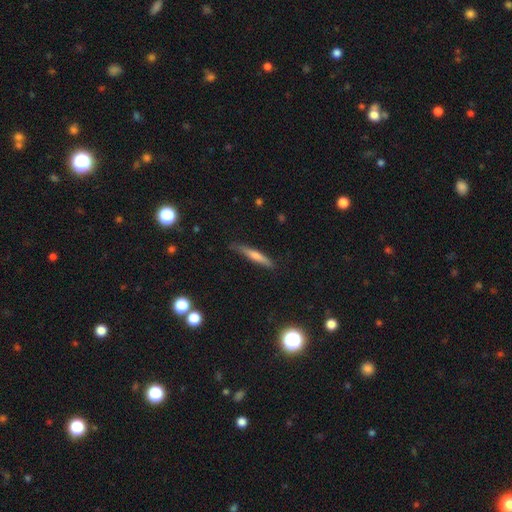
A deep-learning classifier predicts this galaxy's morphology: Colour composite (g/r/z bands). It shows a smooth galaxy with no disk features (46%). Merging: none (84%).